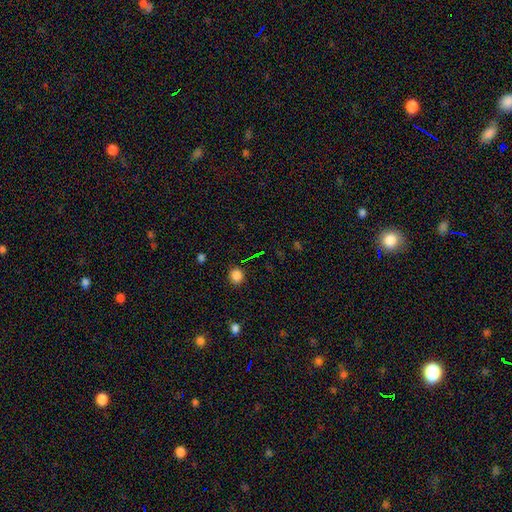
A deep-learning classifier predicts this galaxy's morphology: star or artifact 46% (tied), smooth 46% (tied), featured or disk 8%.